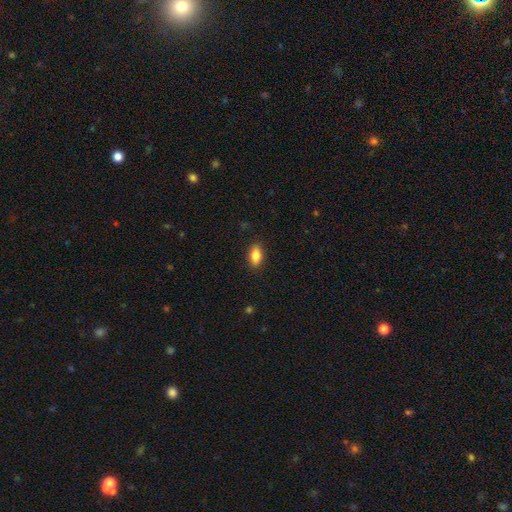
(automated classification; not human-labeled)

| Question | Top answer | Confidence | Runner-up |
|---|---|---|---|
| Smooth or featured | smooth | 83% | featured or disk (10%) |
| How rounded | in between | 87% | cigar-shaped (7%) |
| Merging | none | 88% | minor disturbance (9%) |